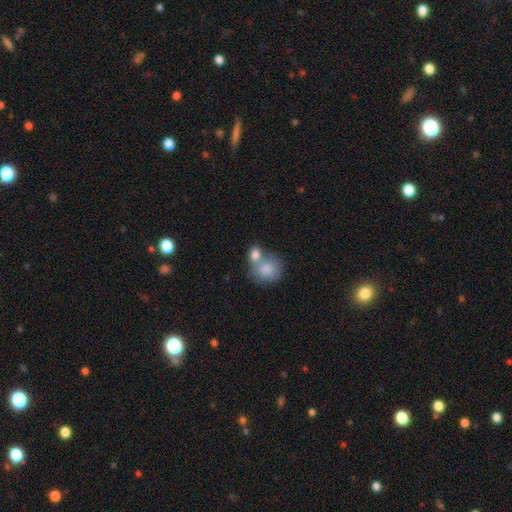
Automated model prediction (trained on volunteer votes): A smooth galaxy with no disk features (82%) that is round (64%).

Vote fractions:
- Smooth or featured? smooth: 82% / featured or disk: 11% / star or artifact: 7%
- How rounded? round: 64% / in between: 35% / cigar-shaped: 1%
- Merging? merger: 56% / none: 31% / minor disturbance: 9% / major disturbance: 4%